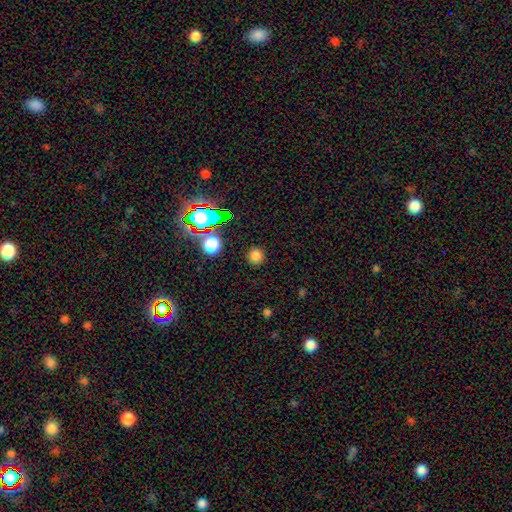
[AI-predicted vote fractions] Morphology: type=smooth (77%); roundness=round (91%); merging=none (89%).